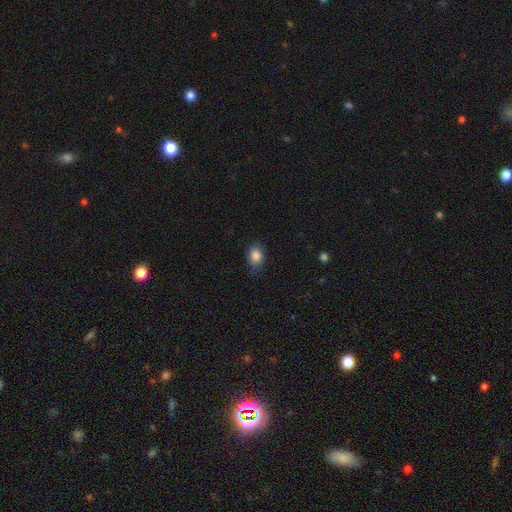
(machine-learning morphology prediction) Smooth or featured? Predicted: smooth (p=0.85). How rounded? Predicted: in between (p=0.72). Merging? Predicted: none (p=0.78).